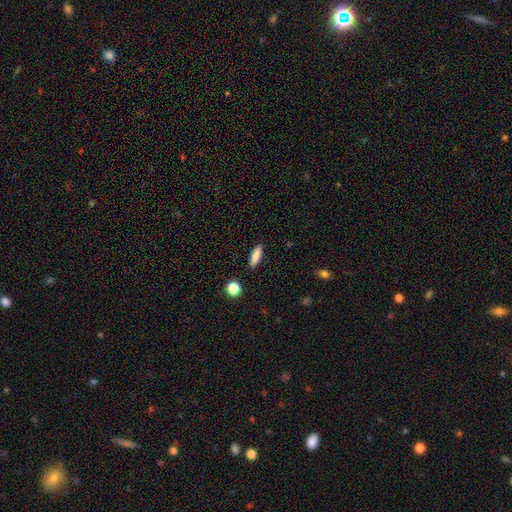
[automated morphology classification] This appears to be a smooth galaxy with no disk features (86%) that is cigar-shaped (49%). Merging: none (89%).